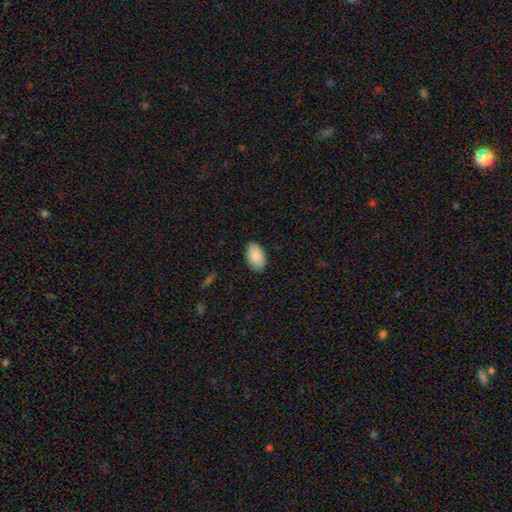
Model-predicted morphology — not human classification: Overall: smooth (89%). How rounded: in between (94%). Merging: none (88%).